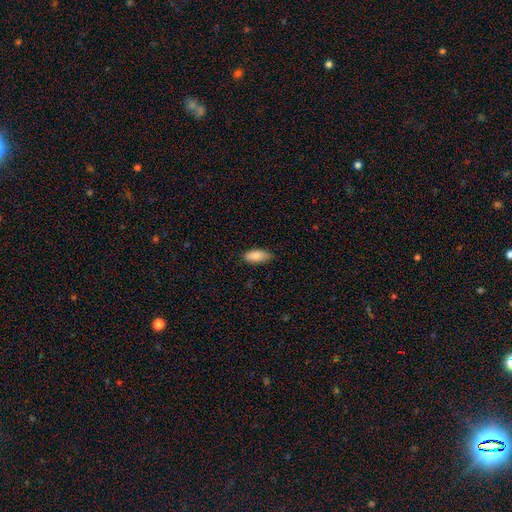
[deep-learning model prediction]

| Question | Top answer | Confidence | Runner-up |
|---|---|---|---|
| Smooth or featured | smooth | 88% | star or artifact (6%) |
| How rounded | in between | 88% | cigar-shaped (10%) |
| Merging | none | 79% | minor disturbance (18%) |